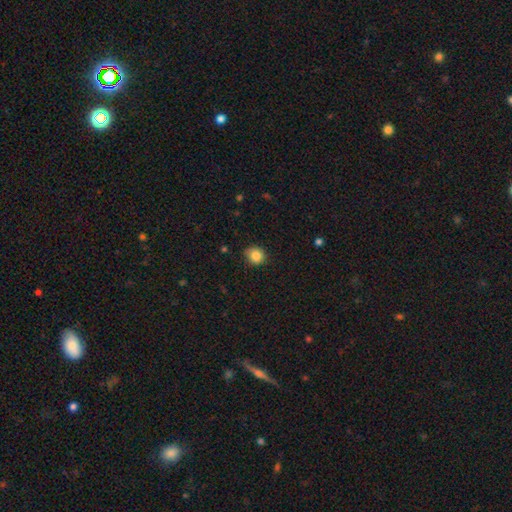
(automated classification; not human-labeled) Overall: smooth (85%). How rounded: round (82%). Merging: none (80%).